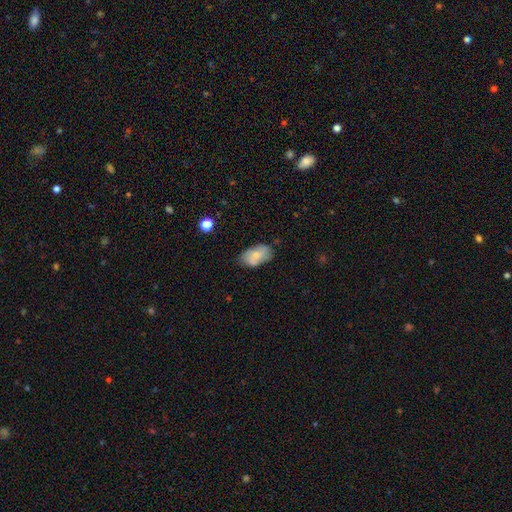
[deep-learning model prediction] The model was most divided on "merging": none: 70%, minor disturbance: 23%, major disturbance: 5%, merger: 2%. More confident: how rounded — in between (93%); smooth or featured — smooth (70%).